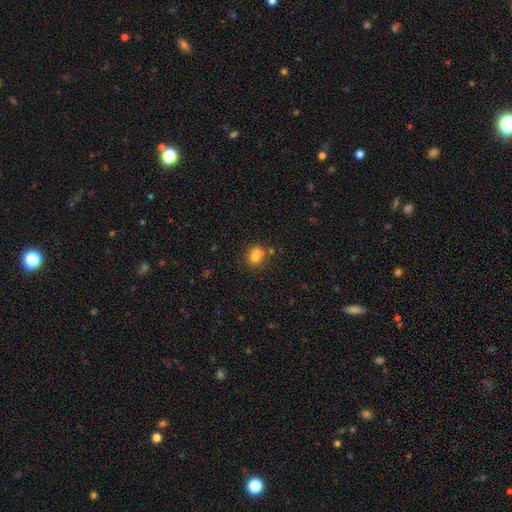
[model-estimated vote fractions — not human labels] Smooth or featured?
  - smooth: 73% *
  - star or artifact: 13%
  - featured or disk: 13%
How rounded?
  - round: 70% *
  - in between: 29%
  - cigar-shaped: 1%
Merging?
  - none: 49% *
  - merger: 31%
  - minor disturbance: 14%
  - major disturbance: 5%